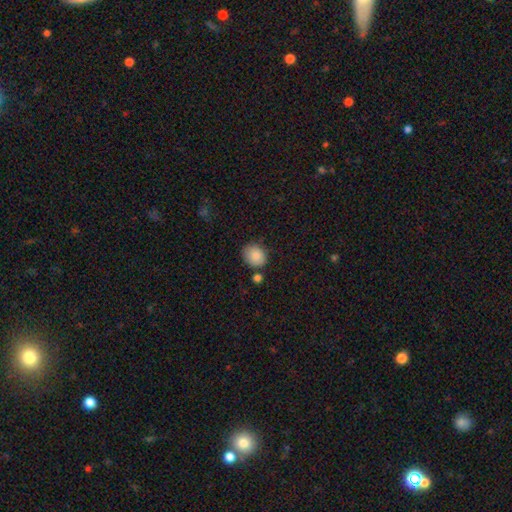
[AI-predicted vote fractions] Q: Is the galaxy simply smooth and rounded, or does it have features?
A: smooth — 86%.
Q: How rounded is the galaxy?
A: round — 60%.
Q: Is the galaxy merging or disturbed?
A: none — 74%.